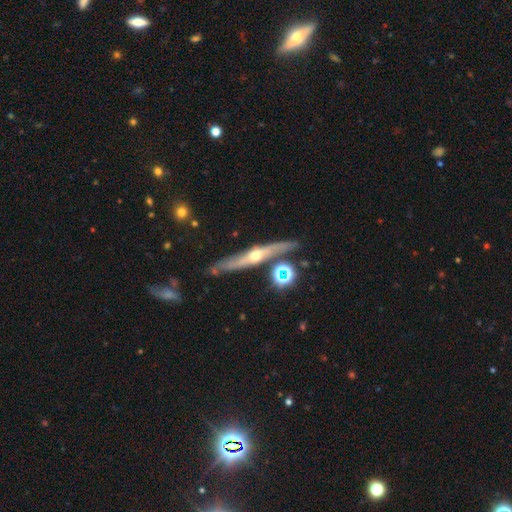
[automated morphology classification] smooth-or-featured: featured or disk: 71% | smooth: 21% | star or artifact: 9%
  disk-edge-on: yes: 91% | no: 9%
    edge-on-bulge: rounded: 86% | none: 10% | boxy: 3%
  merging: none: 81% | minor disturbance: 12% | merger: 5% | major disturbance: 3%